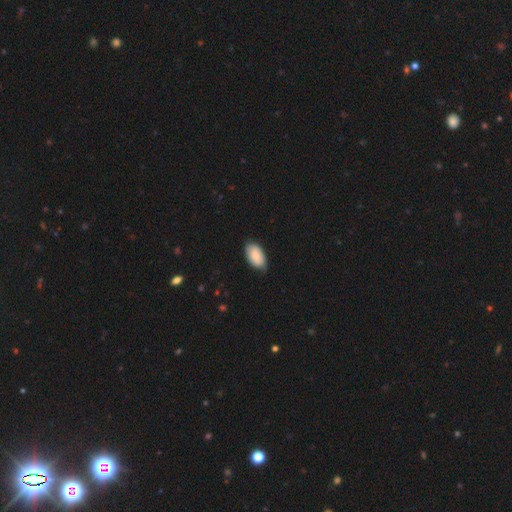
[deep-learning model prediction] Q: Smooth or featured?
A: smooth (84%); runner-up: featured or disk (10%)
Q: How rounded?
A: in between (95%); runner-up: round (4%)
Q: Merging?
A: none (73%); runner-up: minor disturbance (23%)